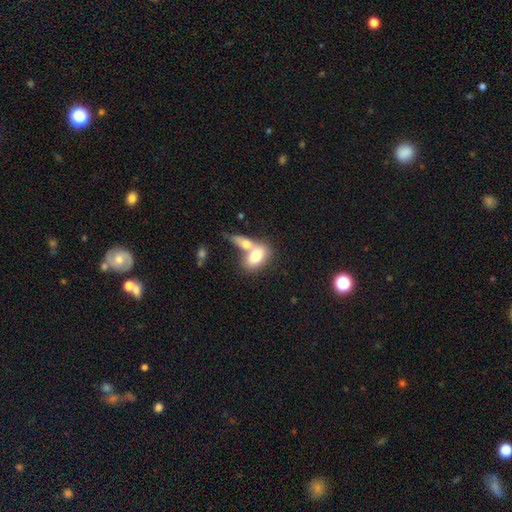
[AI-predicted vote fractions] Smooth or featured: smooth — 73% (featured or disk — 20%)
How rounded: in between — 85% (round — 10%)
Merging: merger — 60% (none — 28%)